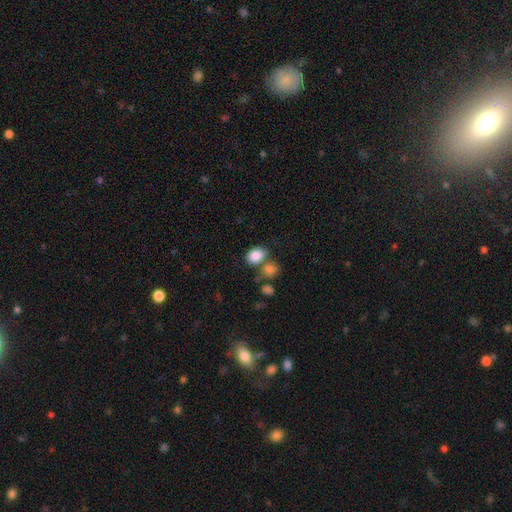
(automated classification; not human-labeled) Q: Smooth or featured?
A: smooth (85%); runner-up: star or artifact (9%)
Q: How rounded?
A: in between (56%); runner-up: round (43%)
Q: Merging?
A: none (56%); runner-up: merger (26%)